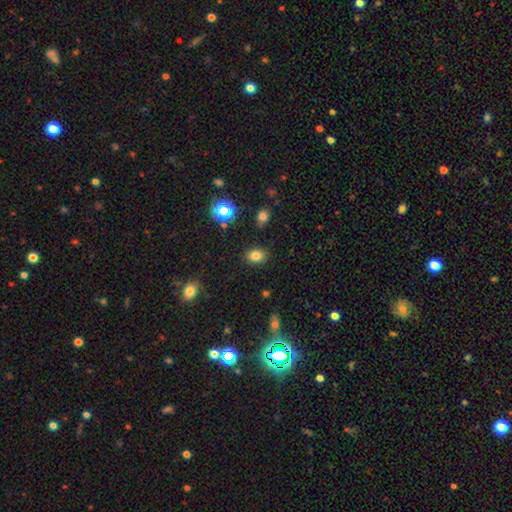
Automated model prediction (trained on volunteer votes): smooth 78%, star or artifact 15%, featured or disk 7%. Down the decision tree: how rounded — in between (56%); merging — none (86%).